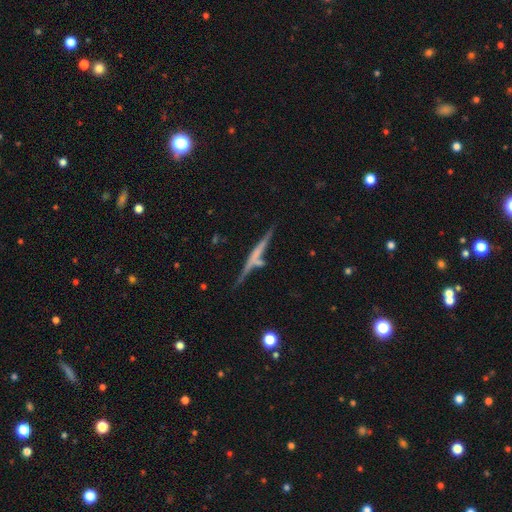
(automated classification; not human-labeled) Q: Smooth or featured?
A: featured or disk (62%); runner-up: smooth (31%)
Q: Edge-on disk?
A: yes (96%); runner-up: no (4%)
Q: Edge-on bulge?
A: none (66%); runner-up: rounded (21%)
Q: Merging?
A: none (68%); runner-up: merger (14%)